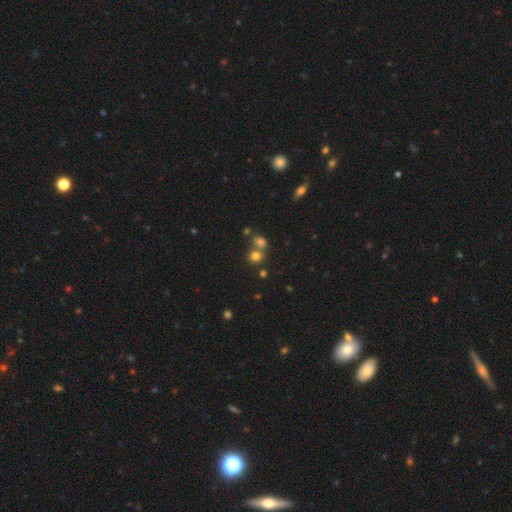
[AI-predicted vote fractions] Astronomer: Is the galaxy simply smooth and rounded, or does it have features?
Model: smooth — 74%.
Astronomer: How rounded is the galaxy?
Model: round — 82%.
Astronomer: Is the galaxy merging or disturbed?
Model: none — 51% (runner-up: merger, 39%).